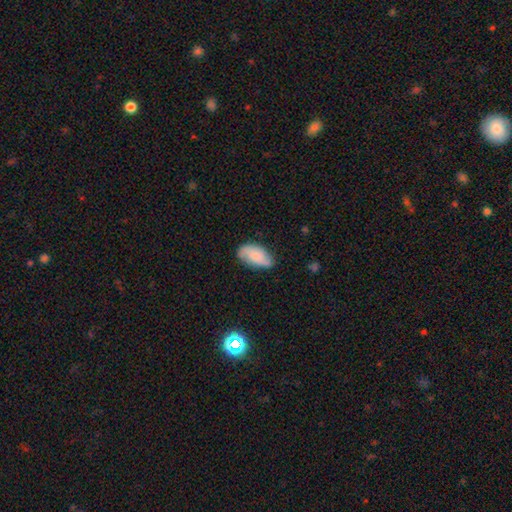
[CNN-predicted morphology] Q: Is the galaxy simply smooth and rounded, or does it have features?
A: smooth — 58%.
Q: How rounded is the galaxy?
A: in between — 93%.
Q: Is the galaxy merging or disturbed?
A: none — 64%.